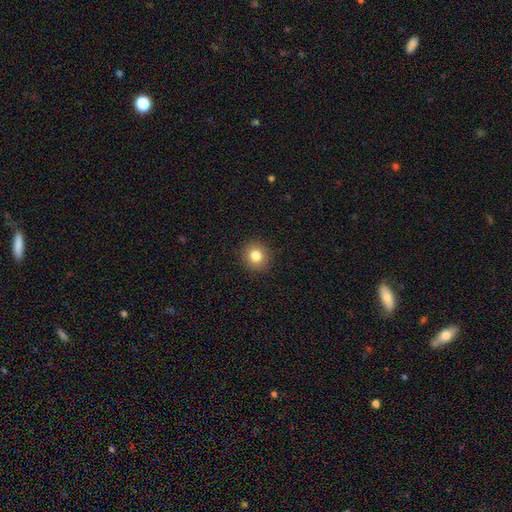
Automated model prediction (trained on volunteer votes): A smooth galaxy with no disk features (82%) that is round (89%). Merging: none (92%).